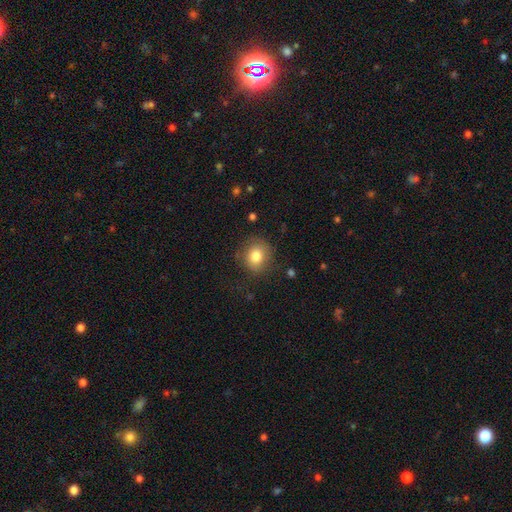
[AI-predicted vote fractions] Smooth or featured? Predicted: smooth (p=0.80). How rounded? Predicted: round (p=0.81). Merging? Predicted: none (p=0.77).